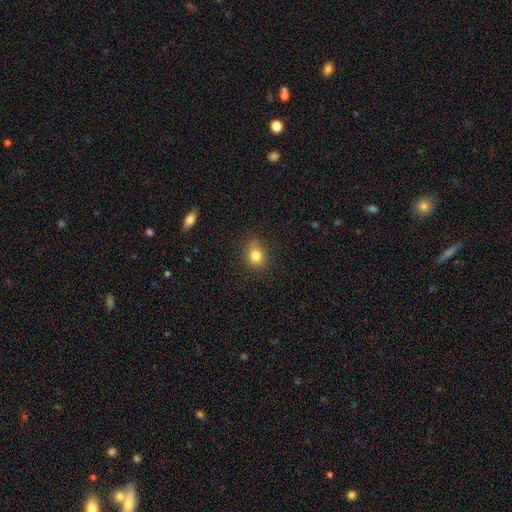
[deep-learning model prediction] smooth-or-featured: smooth: 81% | star or artifact: 12% | featured or disk: 7%
  how-rounded: round: 63% | in between: 36% | cigar-shaped: 1%
  merging: none: 82% | minor disturbance: 14% | major disturbance: 3% | merger: 1%